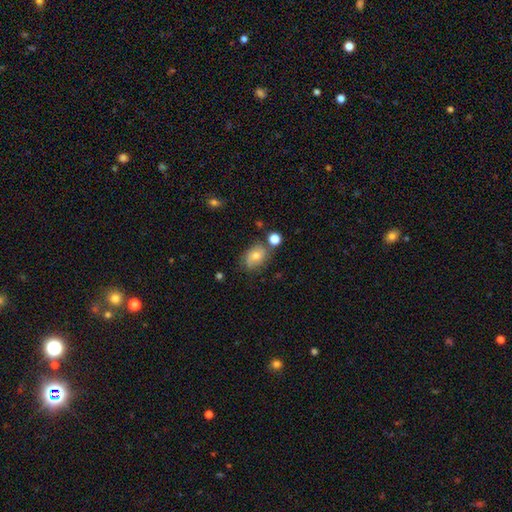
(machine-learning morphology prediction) Smooth or featured: smooth — 54% (featured or disk — 34%)
How rounded: in between — 61% (round — 38%)
Merging: none — 66% (minor disturbance — 20%)